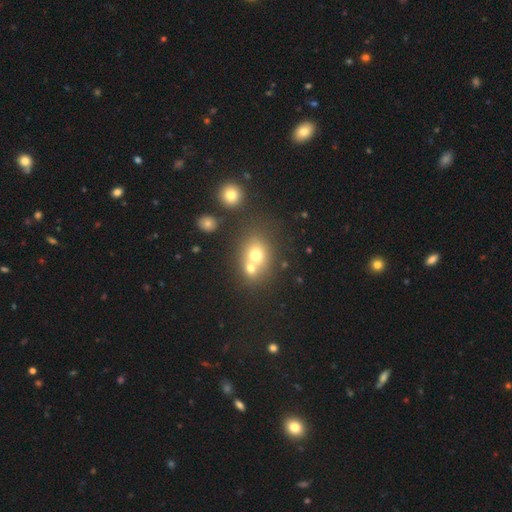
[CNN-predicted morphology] Smooth or featured: smooth — 68% (featured or disk — 18%)
How rounded: round — 63% (in between — 36%)
Merging: merger — 52% (none — 37%)